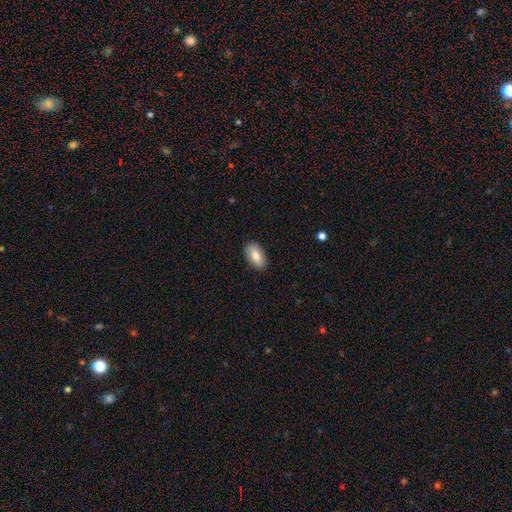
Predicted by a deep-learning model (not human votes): smooth 83%, featured or disk 11%, star or artifact 6%. Down the decision tree: how rounded — in between (93%); merging — none (88%).